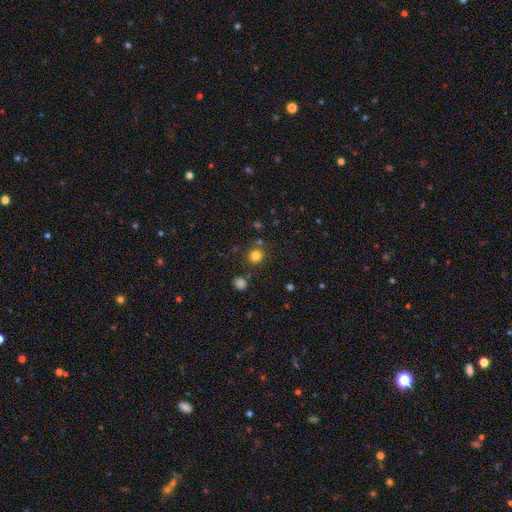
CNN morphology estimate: smooth-or-featured: smooth: 80% | star or artifact: 14% | featured or disk: 5%
  how-rounded: round: 91% | in between: 8% | cigar-shaped: 1%
  merging: none: 82% | minor disturbance: 8% | merger: 7% | major disturbance: 3%